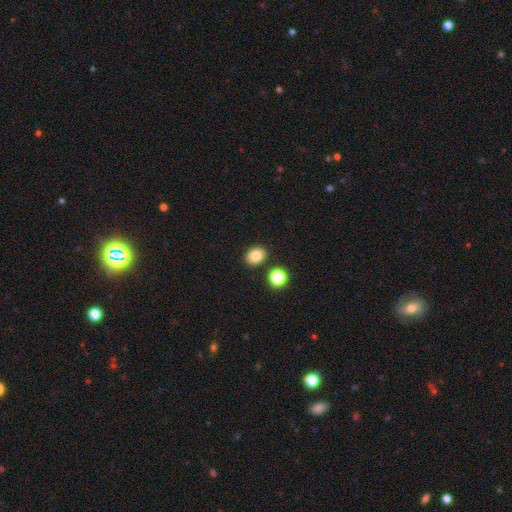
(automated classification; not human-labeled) Morphology: type=smooth (82%); roundness=in between (58%); merging=none (85%).